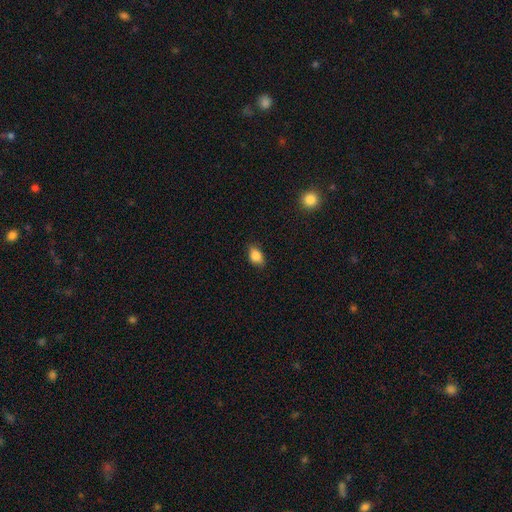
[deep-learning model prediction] Q: Smooth or featured?
A: smooth (86%); runner-up: star or artifact (9%)
Q: How rounded?
A: in between (83%); runner-up: round (15%)
Q: Merging?
A: none (80%); runner-up: minor disturbance (16%)